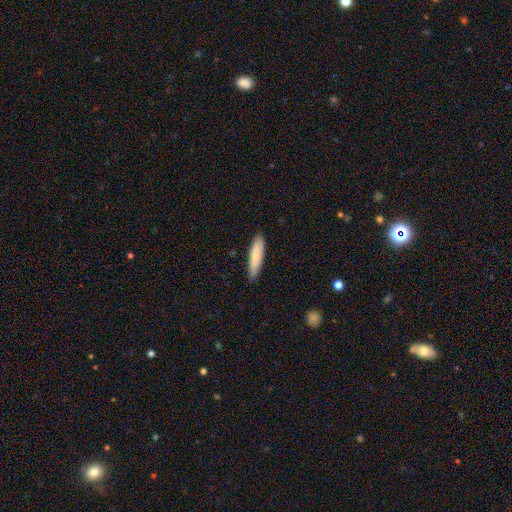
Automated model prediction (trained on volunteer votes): smooth_or_featured: smooth (p=0.75) [alt: featured or disk p=0.19]
how_rounded: cigar-shaped (p=0.70) [alt: in between p=0.28]
merging: none (p=0.85) [alt: minor disturbance p=0.12]